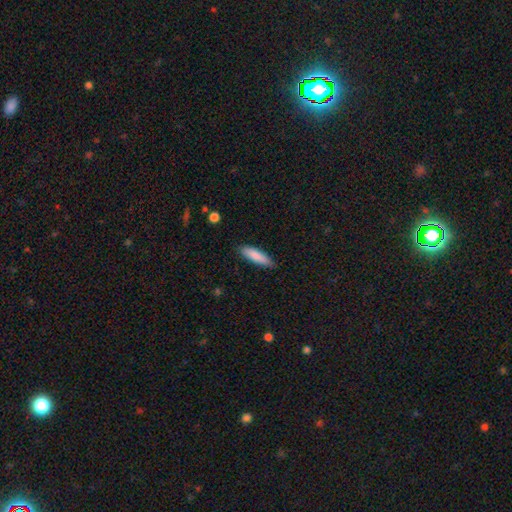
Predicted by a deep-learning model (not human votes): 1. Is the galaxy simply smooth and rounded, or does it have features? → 85% smooth, 10% featured or disk, 6% star or artifact.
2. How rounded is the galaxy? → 62% cigar-shaped, 37% in between, 1% round.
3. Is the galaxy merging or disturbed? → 82% none, 15% minor disturbance, 2% major disturbance, 1% merger.